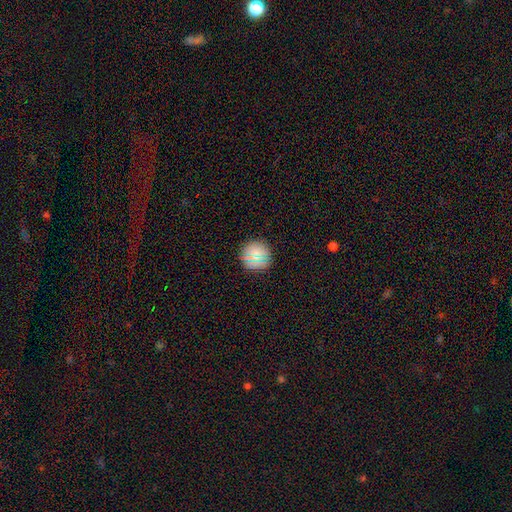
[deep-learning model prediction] A smooth galaxy with no disk features (75%) that is round (93%). Merging: none (88%).